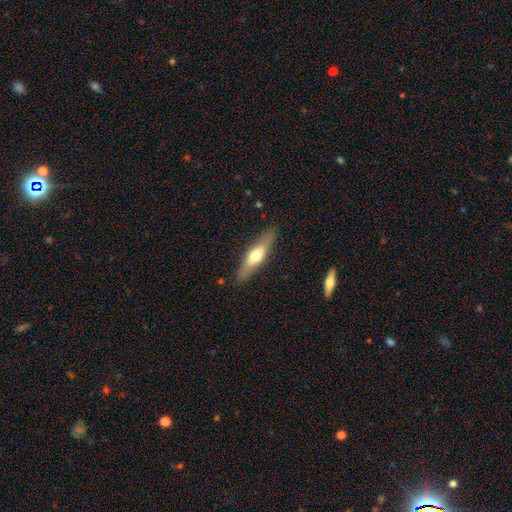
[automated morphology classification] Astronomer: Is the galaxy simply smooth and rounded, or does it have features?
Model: smooth — 52% (runner-up: featured or disk, 43%).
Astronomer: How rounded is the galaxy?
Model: cigar-shaped — 69%.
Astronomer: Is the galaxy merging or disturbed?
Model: none — 85%.